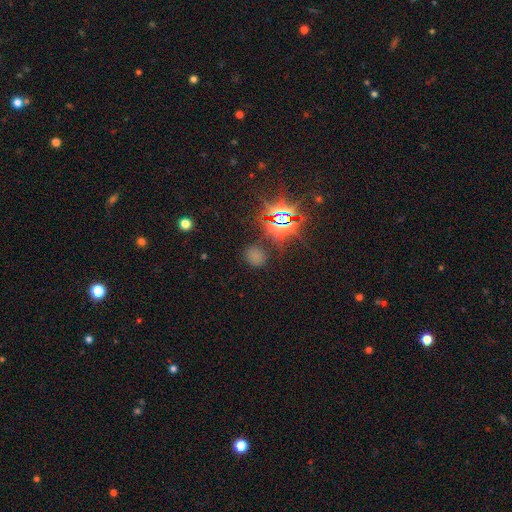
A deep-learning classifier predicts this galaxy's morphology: This is possibly a smooth galaxy (53%). How rounded: likely round (74%). Merging: likely none (80%).